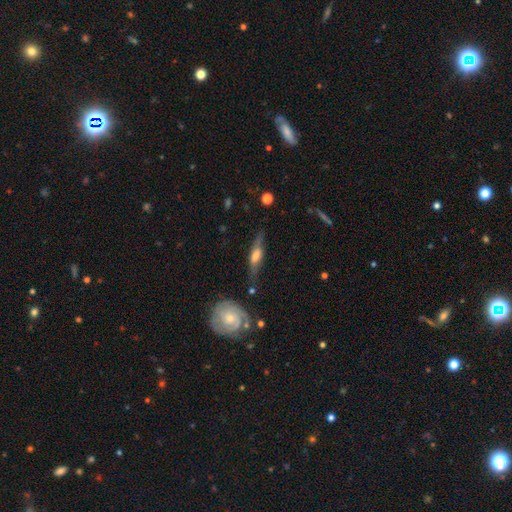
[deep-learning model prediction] smooth-or-featured: featured or disk: 60% | smooth: 33% | star or artifact: 7%
  disk-edge-on: yes: 73% | no: 27%
  merging: none: 64% | minor disturbance: 22% | major disturbance: 9% | merger: 4%